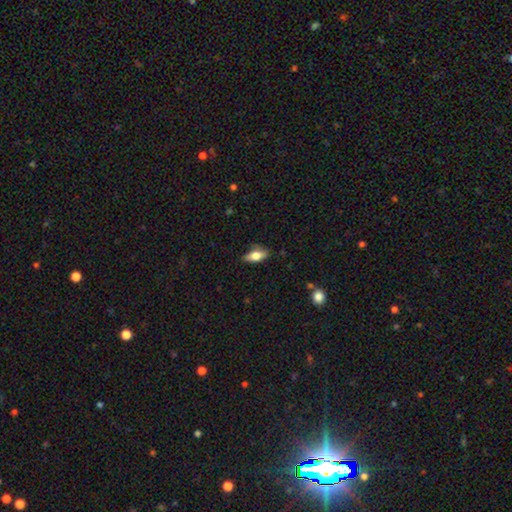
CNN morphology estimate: Q: Smooth or featured?
A: smooth (67%); runner-up: featured or disk (26%)
Q: How rounded?
A: in between (80%); runner-up: cigar-shaped (16%)
Q: Merging?
A: none (74%); runner-up: minor disturbance (20%)